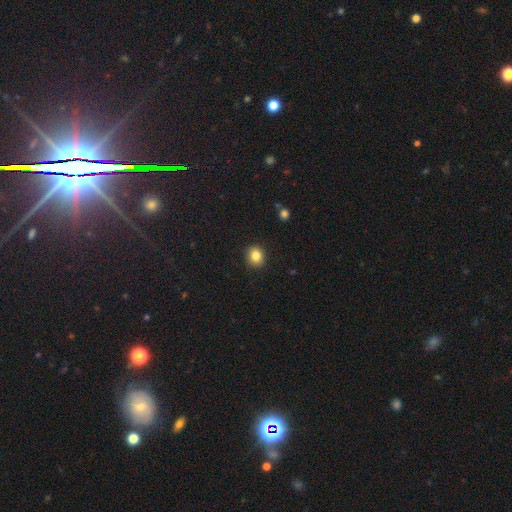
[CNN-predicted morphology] Q: Smooth or featured?
A: smooth (84%); runner-up: star or artifact (10%)
Q: How rounded?
A: round (76%); runner-up: in between (23%)
Q: Merging?
A: none (90%); runner-up: minor disturbance (7%)